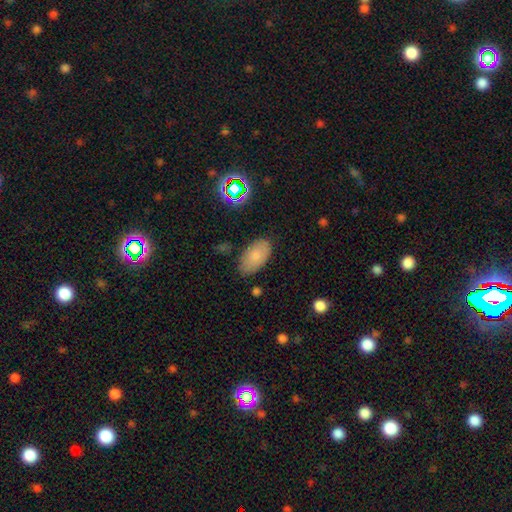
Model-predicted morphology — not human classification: This is clearly a smooth galaxy (80%). How rounded: clearly in between (94%). Merging: clearly none (81%).